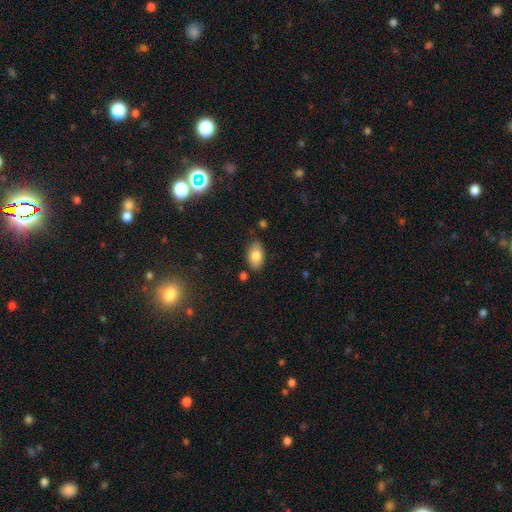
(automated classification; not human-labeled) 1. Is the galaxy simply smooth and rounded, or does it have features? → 81% smooth, 11% featured or disk, 8% star or artifact.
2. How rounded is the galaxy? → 93% in between, 5% round, 2% cigar-shaped.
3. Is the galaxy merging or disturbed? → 80% none, 14% minor disturbance, 3% merger, 3% major disturbance.